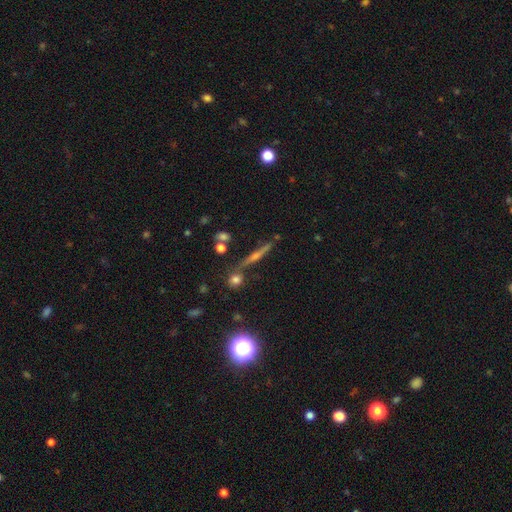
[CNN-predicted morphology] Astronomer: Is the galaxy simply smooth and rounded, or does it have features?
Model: featured or disk — 63%.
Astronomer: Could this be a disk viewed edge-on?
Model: yes — 93%.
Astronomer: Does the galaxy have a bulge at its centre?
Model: rounded — 71%.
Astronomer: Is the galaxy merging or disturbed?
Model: none — 77%.